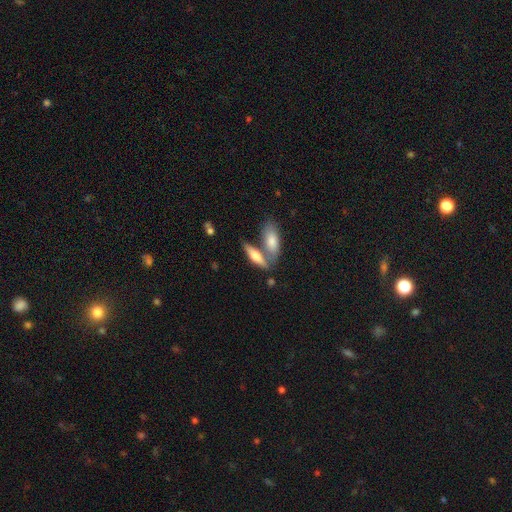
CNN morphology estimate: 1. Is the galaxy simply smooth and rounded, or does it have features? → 63% smooth, 31% featured or disk, 6% star or artifact.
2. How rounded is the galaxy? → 51% in between, 46% cigar-shaped, 3% round.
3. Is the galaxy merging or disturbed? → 44% none, 42% merger, 10% minor disturbance, 4% major disturbance.